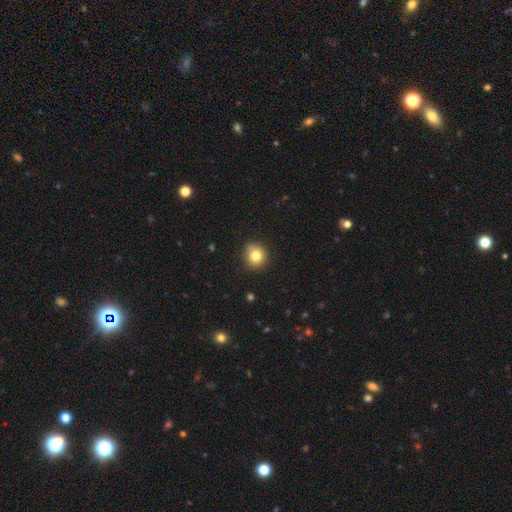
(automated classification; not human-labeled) This is clearly a smooth galaxy (80%). How rounded: clearly round (85%). Merging: clearly none (81%).